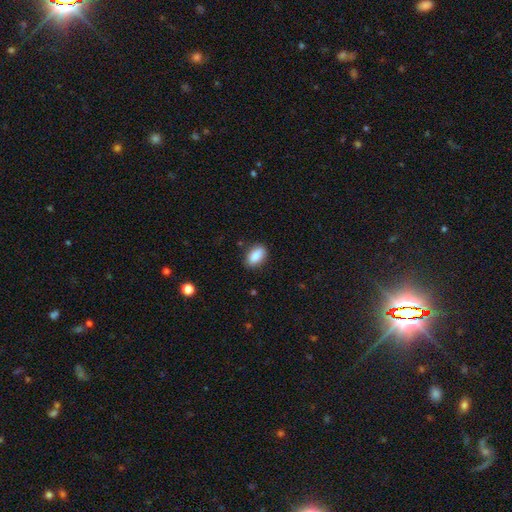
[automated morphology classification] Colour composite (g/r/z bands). It shows a smooth galaxy with no disk features (88%) that is in between round and cigar-shaped (91%). Merging: none (86%).